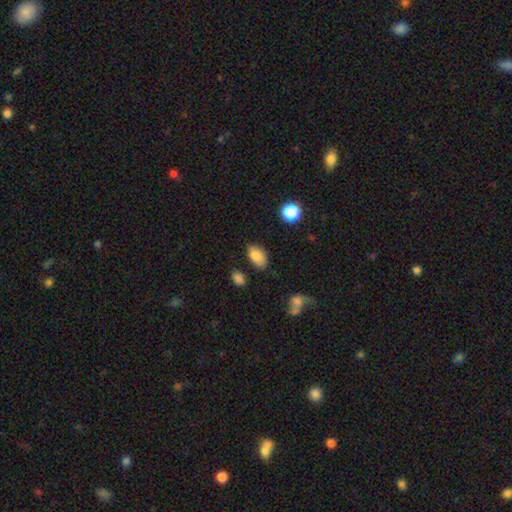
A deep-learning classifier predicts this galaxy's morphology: smooth-or-featured: smooth: 84% | star or artifact: 9% | featured or disk: 7%
  how-rounded: in between: 92% | round: 7% | cigar-shaped: 2%
  merging: none: 74% | minor disturbance: 18% | major disturbance: 4% | merger: 4%